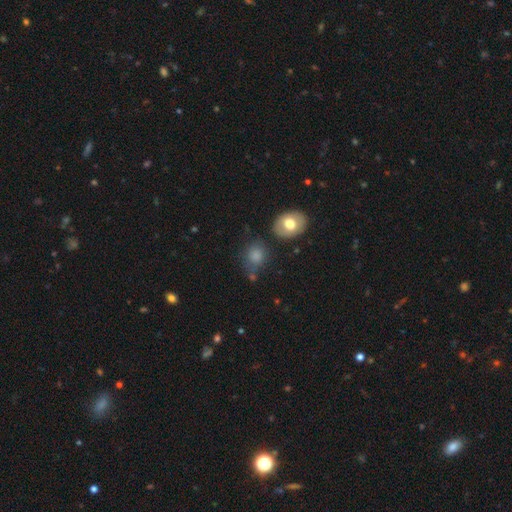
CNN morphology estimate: This is clearly a smooth galaxy (81%). How rounded: likely round (64%). Merging: likely none (65%).